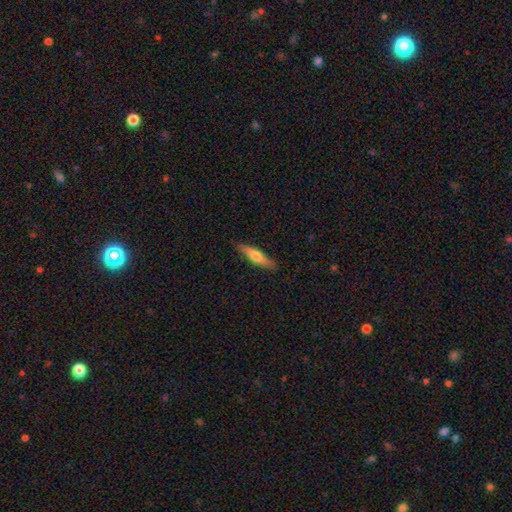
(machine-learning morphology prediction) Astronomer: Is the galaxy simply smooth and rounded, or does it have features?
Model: smooth — 56% (runner-up: featured or disk, 39%).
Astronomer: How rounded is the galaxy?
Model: cigar-shaped — 78%.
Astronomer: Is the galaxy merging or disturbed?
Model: none — 87%.